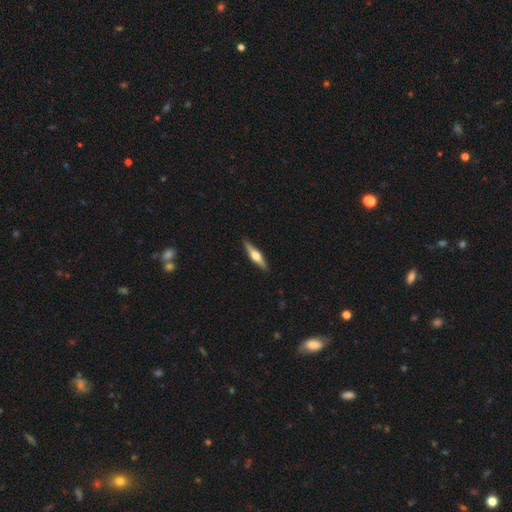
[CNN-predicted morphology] A featured or disk galaxy (62%) viewed edge-on (97%) with a rounded central bulge (93%).

Vote fractions:
- Smooth or featured? featured or disk: 62% / smooth: 33% / star or artifact: 5%
- Edge-on disk? yes: 97% / no: 3%
- Edge-on bulge? rounded: 93% / boxy: 5% / none: 2%
- Merging? none: 90% / minor disturbance: 8% / major disturbance: 2% / merger: 1%